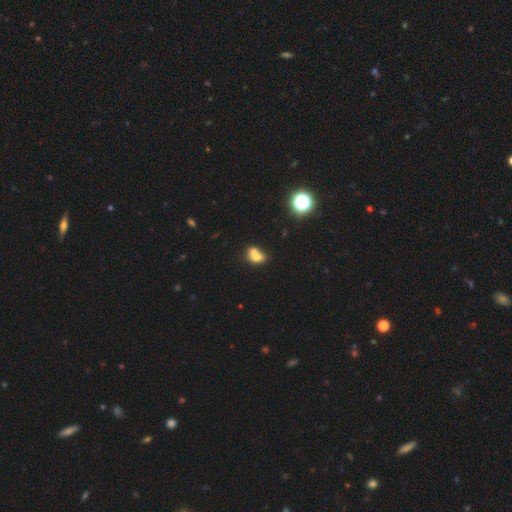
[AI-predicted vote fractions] Smooth or featured? smooth (68%)
How rounded? in between (53%)
Merging? merger (63%)